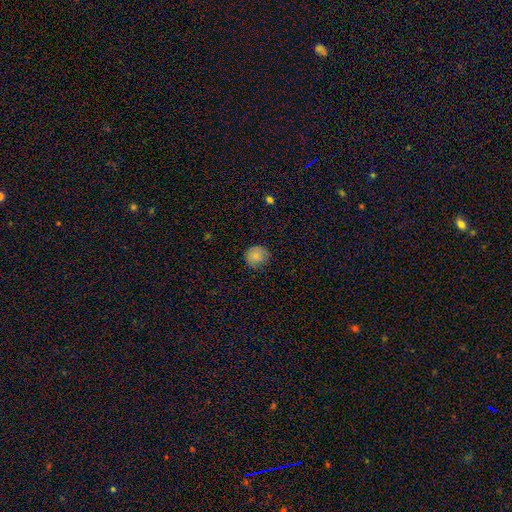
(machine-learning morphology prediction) Overall: smooth (84%). How rounded: round (87%). Merging: none (79%).